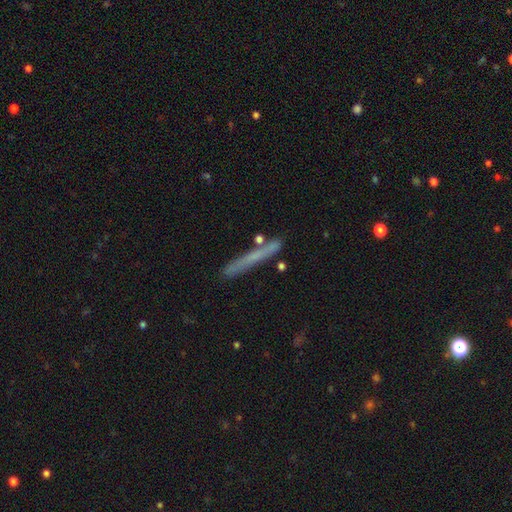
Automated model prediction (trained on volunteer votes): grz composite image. It shows a smooth galaxy with no disk features (53%) that is cigar-shaped (96%). Merging: none (83%).